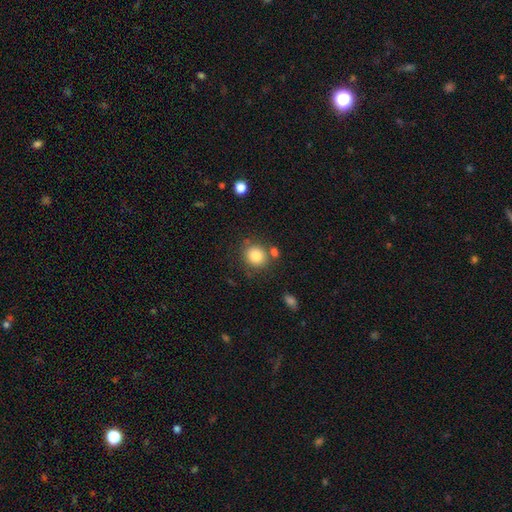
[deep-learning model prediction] Smooth or featured? Predicted: smooth (p=0.83). How rounded? Predicted: round (p=0.80). Merging? Predicted: none (p=0.75).